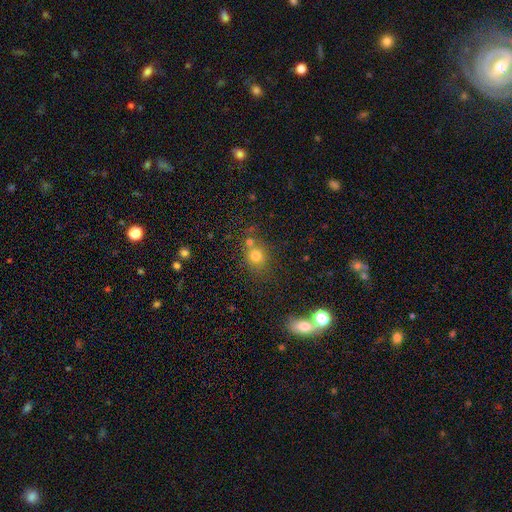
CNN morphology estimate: smooth-or-featured: smooth: 75% | star or artifact: 15% | featured or disk: 10%
  how-rounded: round: 79% | in between: 20% | cigar-shaped: 1%
  merging: none: 58% | merger: 26% | minor disturbance: 11% | major disturbance: 5%